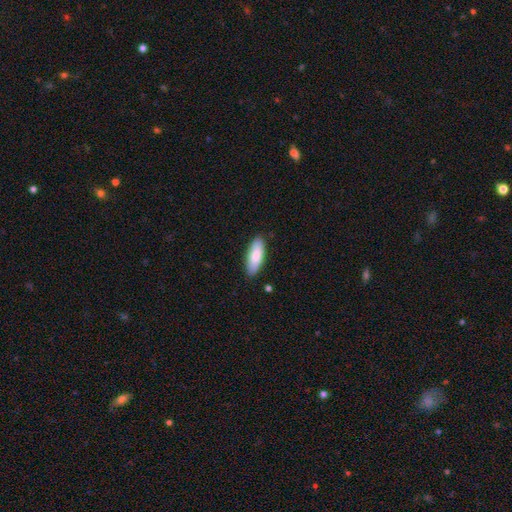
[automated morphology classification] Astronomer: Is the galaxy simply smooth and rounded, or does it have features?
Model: smooth — 82%.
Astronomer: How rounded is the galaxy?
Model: in between — 73%.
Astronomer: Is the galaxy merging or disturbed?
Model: none — 87%.